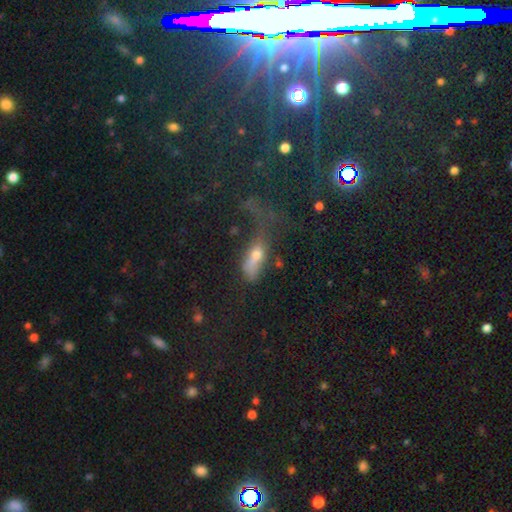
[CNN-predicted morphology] smooth_or_featured: smooth (p=0.53) [alt: featured or disk p=0.29]
how_rounded: in between (p=0.60) [alt: cigar-shaped p=0.31]
merging: major disturbance (p=0.48) [alt: none p=0.21]